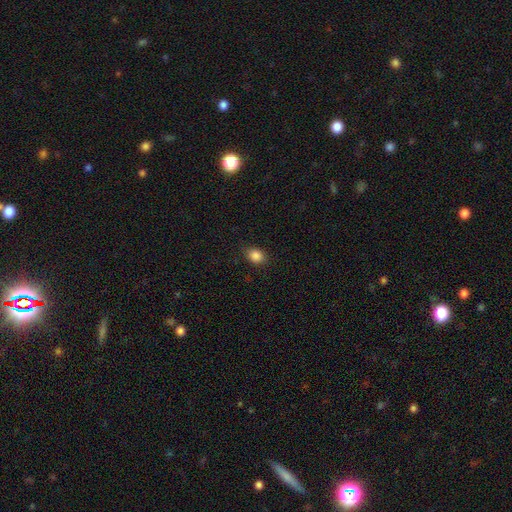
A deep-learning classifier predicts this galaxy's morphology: Q: Smooth or featured?
A: smooth (86%); runner-up: star or artifact (10%)
Q: How rounded?
A: round (50%); runner-up: in between (49%)
Q: Merging?
A: none (84%); runner-up: minor disturbance (12%)